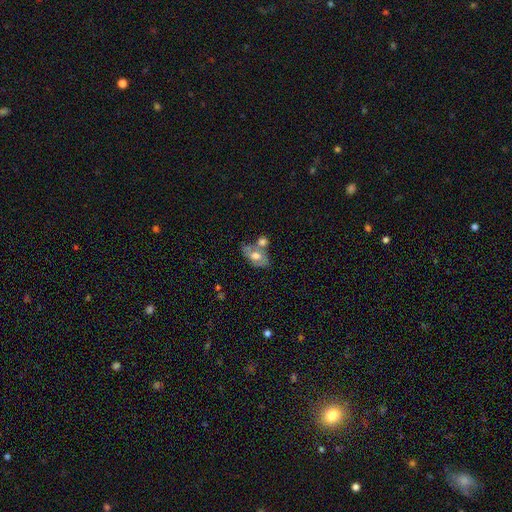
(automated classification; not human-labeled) The model was most divided on "merging": merger: 38%, none: 37%, minor disturbance: 17%, major disturbance: 8%. Remaining: smooth or featured — featured or disk (48%).